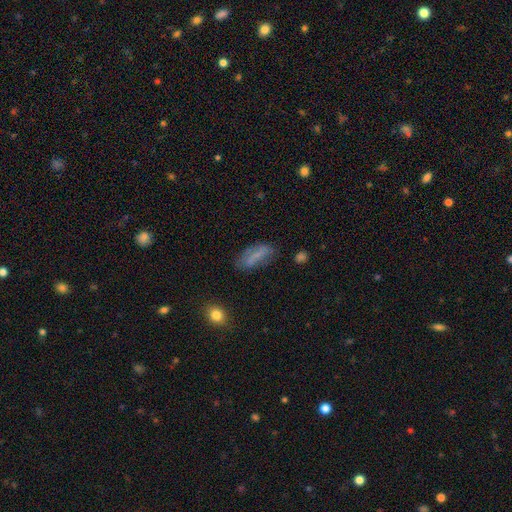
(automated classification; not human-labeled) smooth 62%, featured or disk 28%, star or artifact 10%. Down the decision tree: how rounded — in between (63%); merging — none (68%).